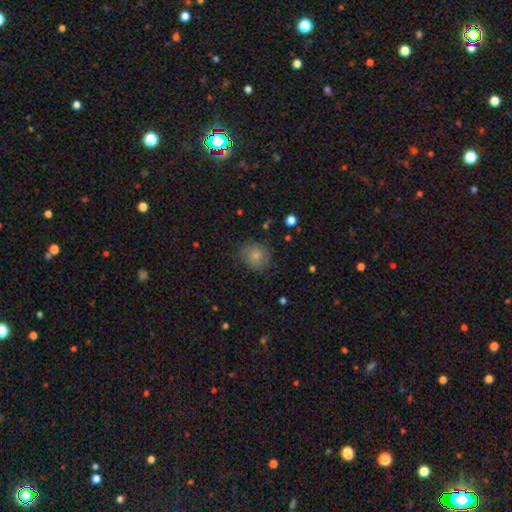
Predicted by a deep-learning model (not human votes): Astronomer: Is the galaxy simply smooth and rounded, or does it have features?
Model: smooth — 70%.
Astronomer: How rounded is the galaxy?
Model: round — 81%.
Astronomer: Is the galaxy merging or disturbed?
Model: none — 73%.